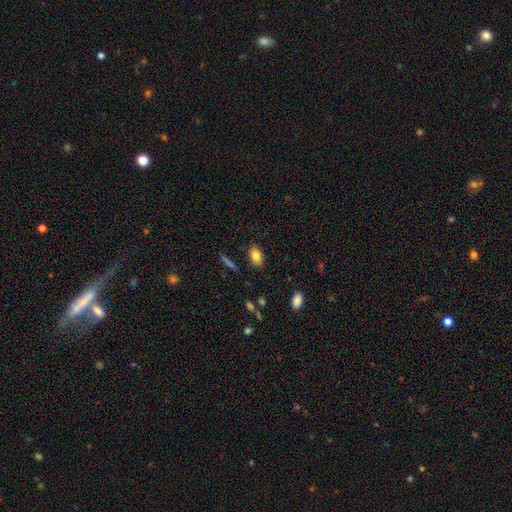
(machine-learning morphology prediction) type=smooth (82%); roundness=in between (86%); merging=none (84%).